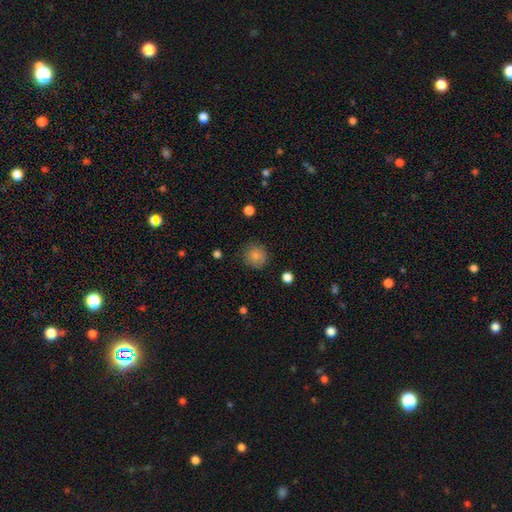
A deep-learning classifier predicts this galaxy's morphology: A smooth galaxy with no disk features (84%) that is round (91%).

Vote fractions:
- Smooth or featured? smooth: 84% / star or artifact: 10% / featured or disk: 6%
- How rounded? round: 91% / in between: 8% / cigar-shaped: 1%
- Merging? none: 84% / minor disturbance: 12% / major disturbance: 3% / merger: 1%